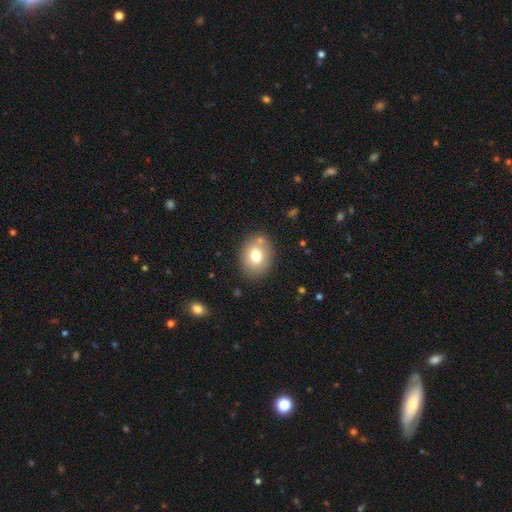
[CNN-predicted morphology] A smooth galaxy with no disk features (75%) that is in between round and cigar-shaped (54%).

Vote fractions:
- Smooth or featured? smooth: 75% / featured or disk: 16% / star or artifact: 10%
- How rounded? in between: 54% / round: 45% / cigar-shaped: 1%
- Merging? none: 78% / minor disturbance: 12% / merger: 6% / major disturbance: 4%